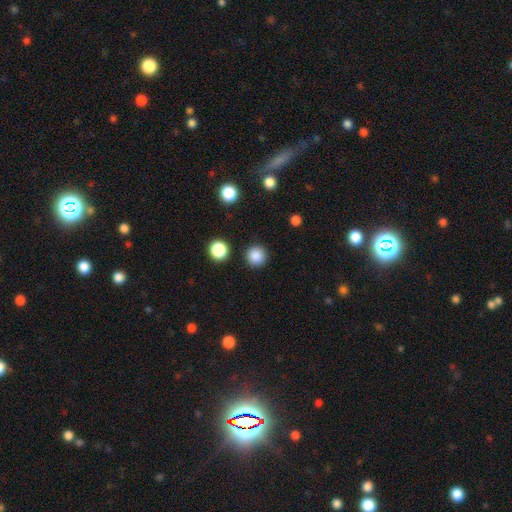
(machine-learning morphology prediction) A smooth galaxy with no disk features (86%) that is round (95%).

Vote fractions:
- Smooth or featured? smooth: 86% / star or artifact: 11% / featured or disk: 3%
- How rounded? round: 95% / in between: 4% / cigar-shaped: 1%
- Merging? none: 91% / minor disturbance: 5% / major disturbance: 2% / merger: 2%